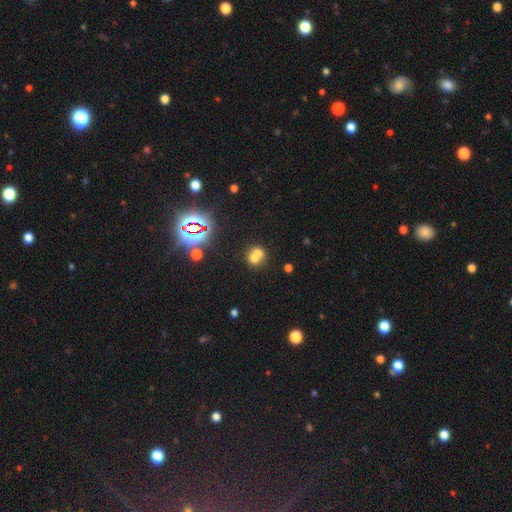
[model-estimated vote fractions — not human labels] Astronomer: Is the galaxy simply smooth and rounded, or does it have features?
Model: smooth — 59%.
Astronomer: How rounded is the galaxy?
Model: round — 75%.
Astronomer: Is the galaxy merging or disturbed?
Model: merger — 61%.